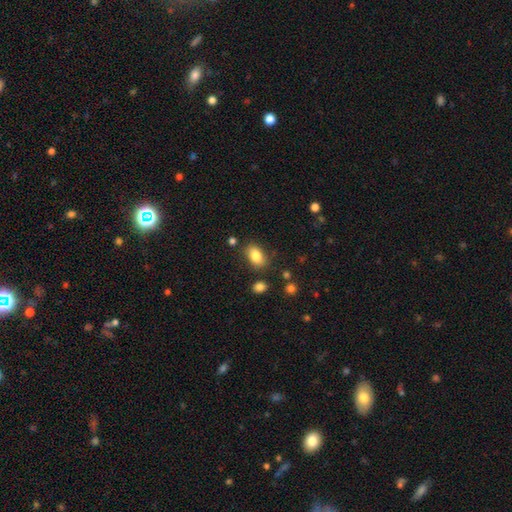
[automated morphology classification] type=smooth (84%); roundness=in between (88%); merging=none (80%).